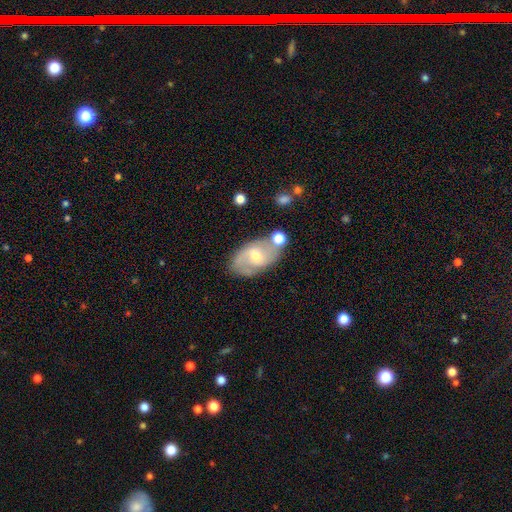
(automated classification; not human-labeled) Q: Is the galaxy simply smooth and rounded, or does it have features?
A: featured or disk — 63%.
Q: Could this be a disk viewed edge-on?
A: no — 94%.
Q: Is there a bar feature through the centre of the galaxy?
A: weak — 49%.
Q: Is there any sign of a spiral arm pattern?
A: yes — 79%.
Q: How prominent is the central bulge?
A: moderate — 56%.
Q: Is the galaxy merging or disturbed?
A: none — 66%.